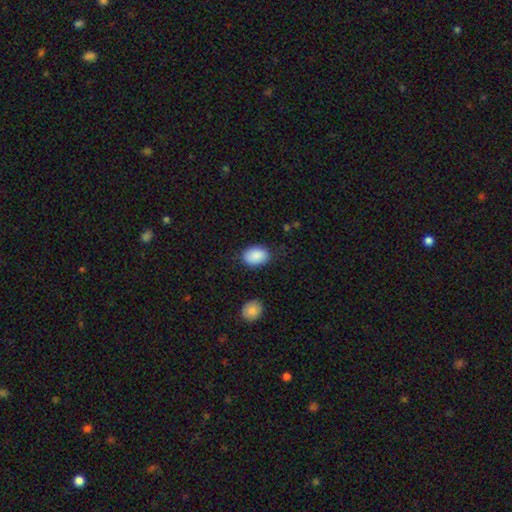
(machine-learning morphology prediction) Q: Smooth or featured?
A: smooth (90%); runner-up: star or artifact (6%)
Q: How rounded?
A: in between (82%); runner-up: round (17%)
Q: Merging?
A: none (81%); runner-up: minor disturbance (13%)